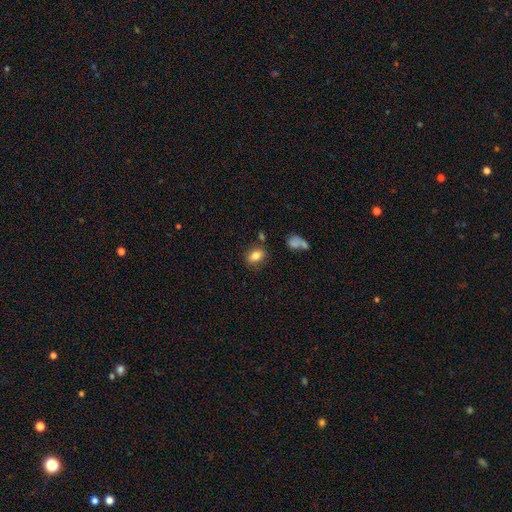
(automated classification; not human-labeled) This is clearly a smooth galaxy (82%). How rounded: likely in between (76%). Merging: likely none (76%).